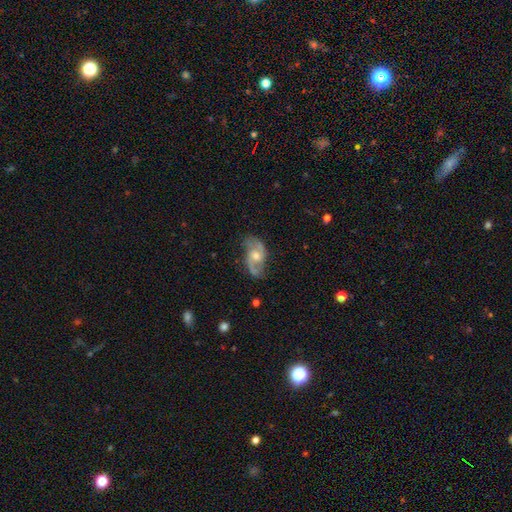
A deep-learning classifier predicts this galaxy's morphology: Overall: featured or disk (82%). Edge-on disk: no (96%). Bar: no (55%; weak 38%). Spiral arms: yes (94%). Spiral arm count: 2 (90%). Spiral winding: loose (45%; medium 43%). Bulge size: moderate (61%; small 27%). Merging: none (72%).